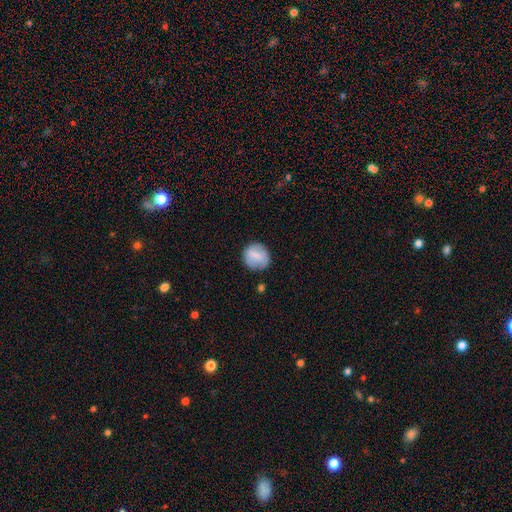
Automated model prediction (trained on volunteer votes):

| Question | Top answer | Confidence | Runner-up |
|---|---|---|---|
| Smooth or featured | smooth | 75% | featured or disk (17%) |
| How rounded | round | 82% | in between (17%) |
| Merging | none | 81% | minor disturbance (14%) |